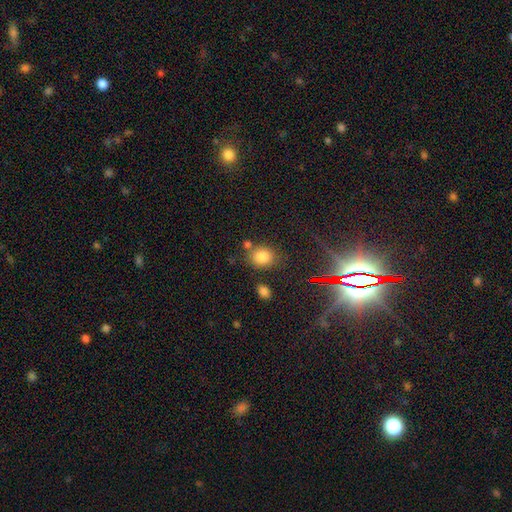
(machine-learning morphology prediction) This appears to be a smooth galaxy with no disk features (61%) that is round (75%). Merging: none (79%).